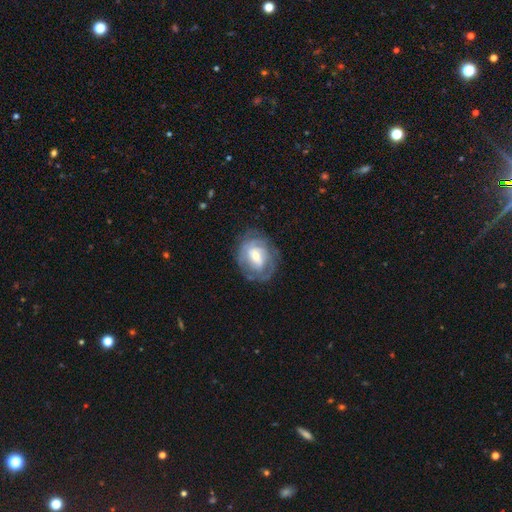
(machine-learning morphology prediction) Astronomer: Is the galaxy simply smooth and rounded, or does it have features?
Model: featured or disk — 71%.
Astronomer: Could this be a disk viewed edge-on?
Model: no — 96%.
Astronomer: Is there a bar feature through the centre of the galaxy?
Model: weak — 45% (runner-up: no, 37%).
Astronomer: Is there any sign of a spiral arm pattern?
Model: yes — 75%.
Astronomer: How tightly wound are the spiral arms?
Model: tight — 64%.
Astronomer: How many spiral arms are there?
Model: can't tell — 50% (runner-up: 2, 26%).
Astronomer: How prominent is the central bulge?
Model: moderate — 53% (runner-up: small, 40%).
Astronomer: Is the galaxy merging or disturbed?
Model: none — 71%.